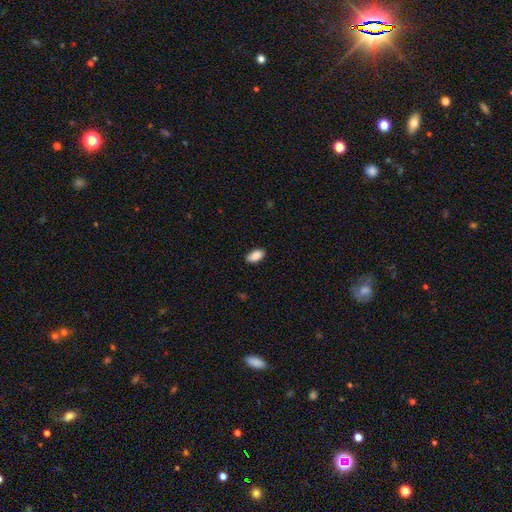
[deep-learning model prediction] Overall: smooth (89%). How rounded: in between (93%). Merging: none (85%).